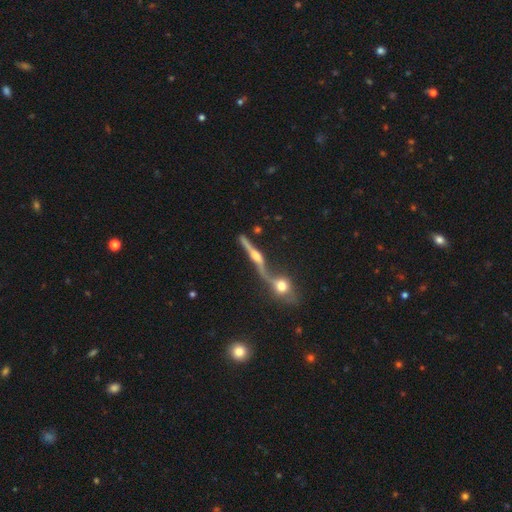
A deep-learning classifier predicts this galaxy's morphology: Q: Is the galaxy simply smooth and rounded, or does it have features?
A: featured or disk — 75%.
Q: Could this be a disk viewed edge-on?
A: yes — 85%.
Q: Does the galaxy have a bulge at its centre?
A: rounded — 90%.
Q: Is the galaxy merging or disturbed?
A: none — 45%.